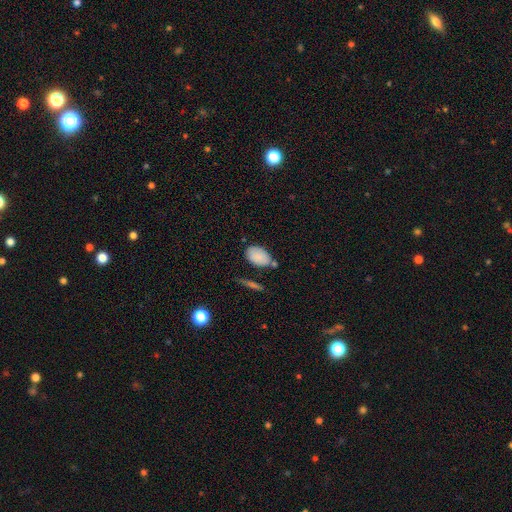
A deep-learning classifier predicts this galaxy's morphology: smooth 85%, featured or disk 8%, star or artifact 7%. Down the decision tree: how rounded — in between (91%); merging — none (61%).